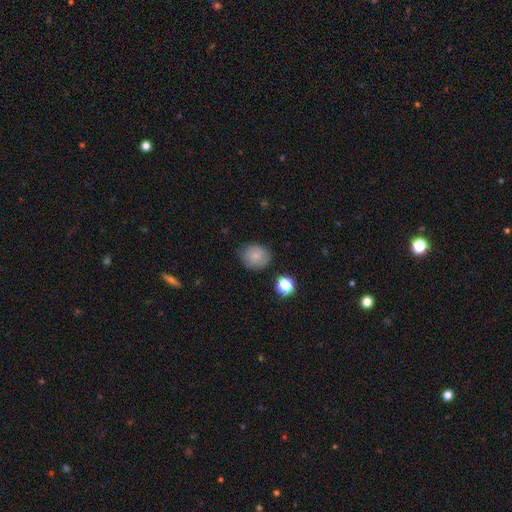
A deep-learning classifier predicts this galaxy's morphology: Overall: smooth (76%). How rounded: round (71%). Merging: none (76%).